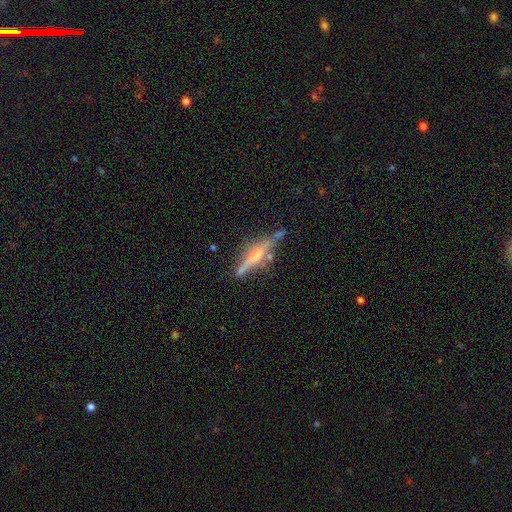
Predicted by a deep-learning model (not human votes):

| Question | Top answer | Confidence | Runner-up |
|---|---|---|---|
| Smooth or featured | featured or disk | 62% | smooth (29%) |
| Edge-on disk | yes | 93% | no (7%) |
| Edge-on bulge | rounded | 64% | none (20%) |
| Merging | none | 68% | minor disturbance (18%) |